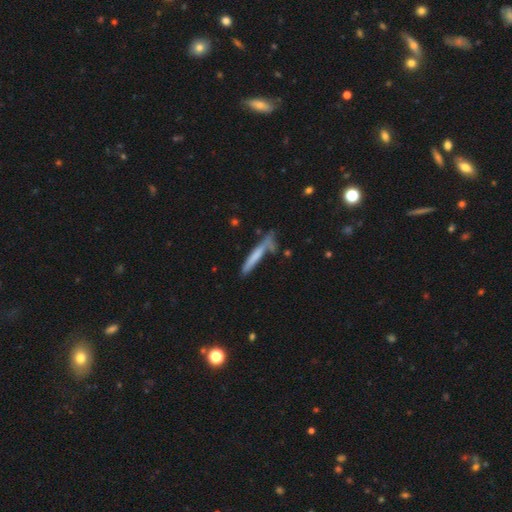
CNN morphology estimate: smooth_or_featured: smooth (p=0.63) [alt: featured or disk p=0.30]
how_rounded: cigar-shaped (p=0.94) [alt: in between p=0.05]
merging: none (p=0.63) [alt: minor disturbance p=0.21]